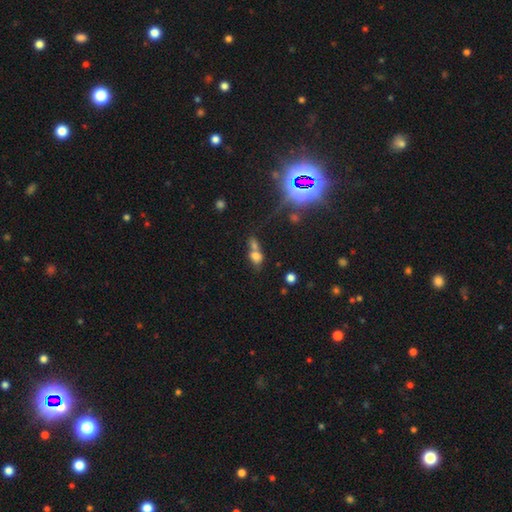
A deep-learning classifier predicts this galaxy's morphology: Smooth or featured? Predicted: smooth (p=0.68). How rounded? Predicted: in between (p=0.53). Merging? Predicted: merger (p=0.58).